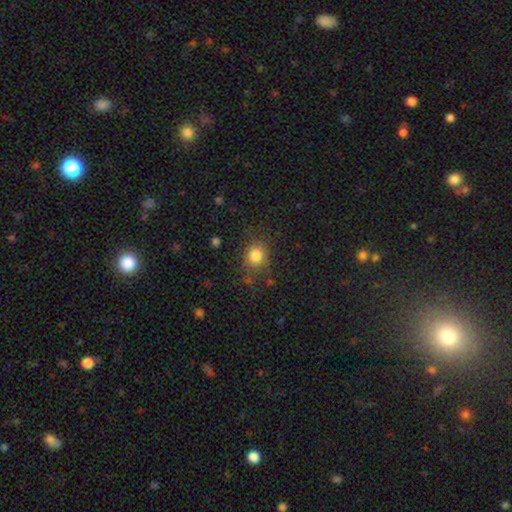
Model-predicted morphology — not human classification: type=smooth (82%); roundness=round (69%); merging=none (76%).